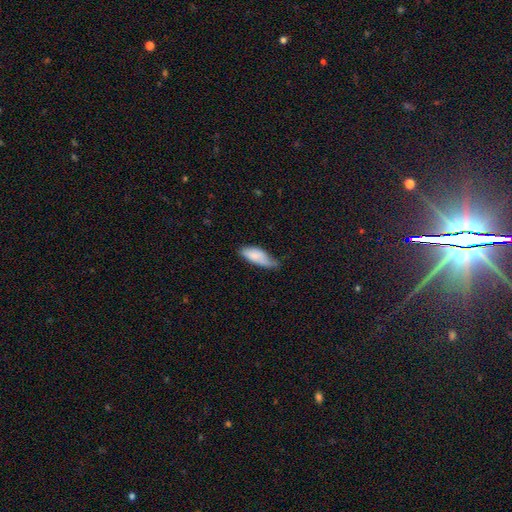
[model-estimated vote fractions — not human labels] Smooth or featured? Predicted: smooth (p=0.78). How rounded? Predicted: in between (p=0.79). Merging? Predicted: minor disturbance (p=0.49).